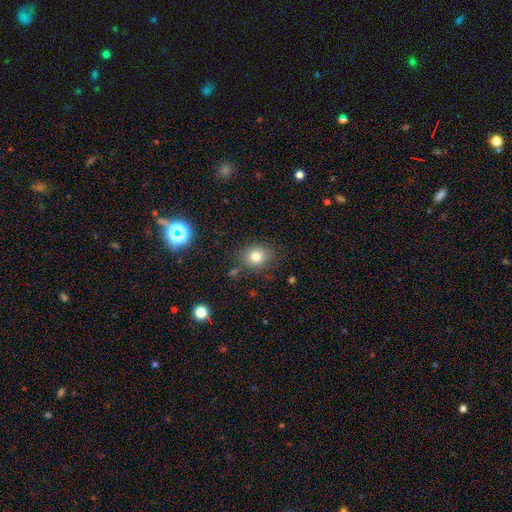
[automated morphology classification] Smooth or featured? smooth (78%)
How rounded? round (61%)
Merging? none (81%)